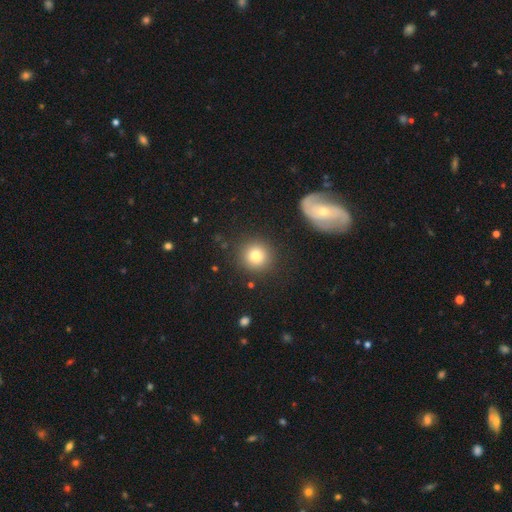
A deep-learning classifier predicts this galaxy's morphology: Q: Smooth or featured?
A: smooth (78%); runner-up: star or artifact (11%)
Q: How rounded?
A: round (94%); runner-up: in between (5%)
Q: Merging?
A: none (89%); runner-up: minor disturbance (6%)